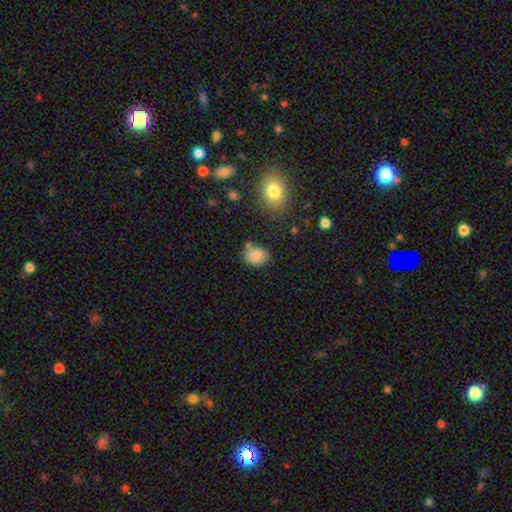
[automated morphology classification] Smooth or featured?
  - smooth: 81% *
  - star or artifact: 11%
  - featured or disk: 8%
How rounded?
  - round: 50% *
  - in between: 49%
  - cigar-shaped: 1%
Merging?
  - none: 68% *
  - minor disturbance: 18%
  - merger: 10%
  - major disturbance: 4%